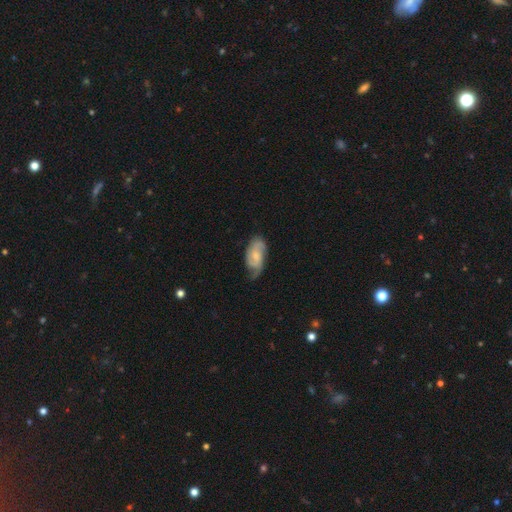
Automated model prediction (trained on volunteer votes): Smooth or featured?
  - featured or disk: 70% *
  - smooth: 24%
  - star or artifact: 6%
Edge-on disk?
  - no: 96% *
  - yes: 4%
Bar?
  - no: 54% *
  - weak: 40%
  - strong: 6%
Spiral arms?
  - yes: 94% *
  - no: 6%
Spiral winding?
  - medium: 47% *
  - tight: 35%
  - loose: 17%
Spiral arm count?
  - 2: 62% *
  - 3: 15%
  - can't tell: 15%
  - 1: 4%
  - 4: 3%
  - more than 4: 2%
Bulge size?
  - small: 43% *
  - moderate: 38%
  - none: 14%
  - large: 4%
  - dominant: 1%
Merging?
  - none: 60% *
  - minor disturbance: 29%
  - major disturbance: 9%
  - merger: 2%